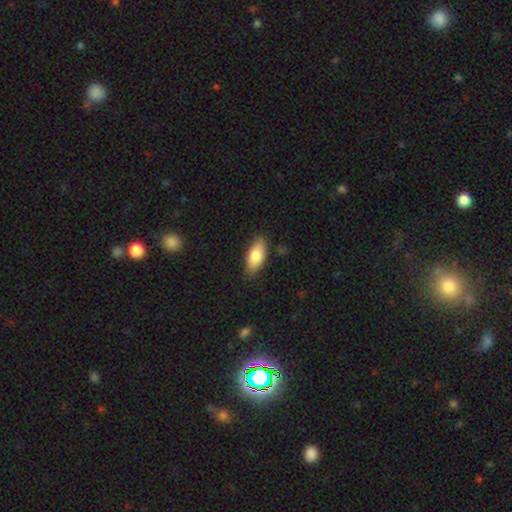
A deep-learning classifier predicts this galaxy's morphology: This appears to be a smooth galaxy with no disk features (81%) that is in between round and cigar-shaped (84%). Merging: none (84%).